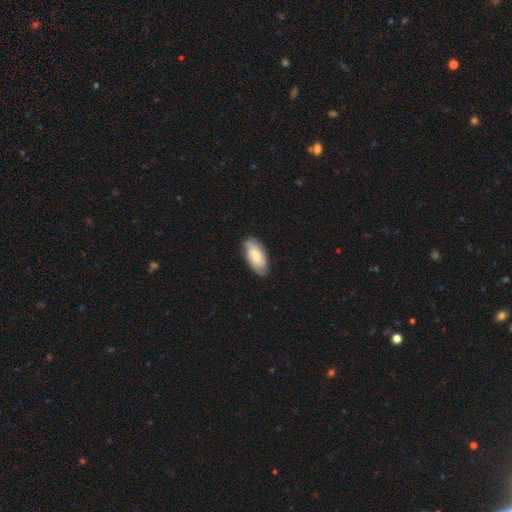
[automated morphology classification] Smooth or featured: featured or disk — 54% (smooth — 39%)
Edge-on disk: no — 92% (yes — 8%)
Bar: no — 56% (weak — 34%)
Spiral arms: yes — 89% (no — 11%)
Bulge size: small — 35% (moderate — 34%)
Merging: none — 79% (minor disturbance — 16%)